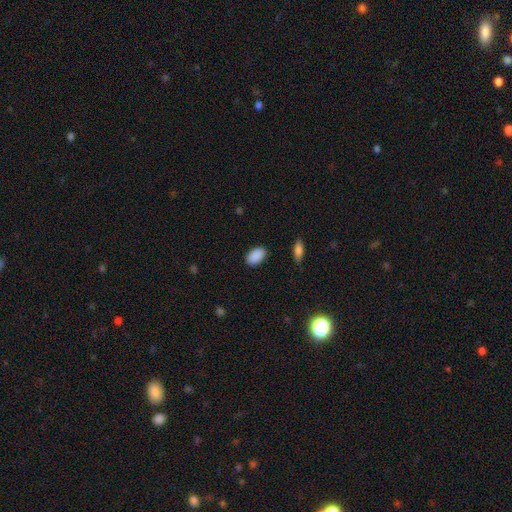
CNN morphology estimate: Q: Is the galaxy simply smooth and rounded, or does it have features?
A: smooth — 90%.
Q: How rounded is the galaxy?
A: in between — 92%.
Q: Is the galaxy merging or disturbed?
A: none — 88%.